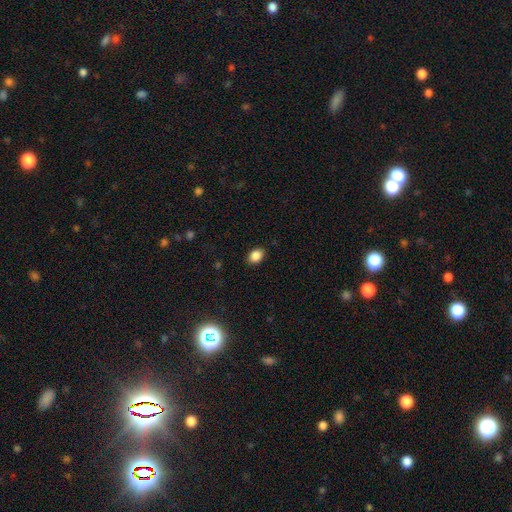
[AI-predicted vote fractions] Overall: smooth (87%). How rounded: in between (70%). Merging: none (89%).